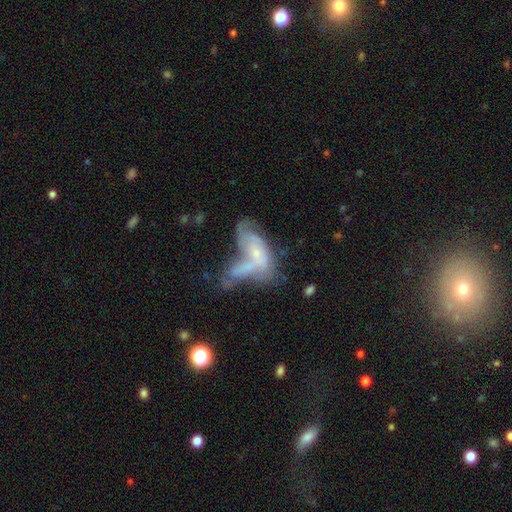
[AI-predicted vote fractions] Overall: featured or disk (55%; smooth 37%). Edge-on disk: no (90%). Merging: merger (60%).